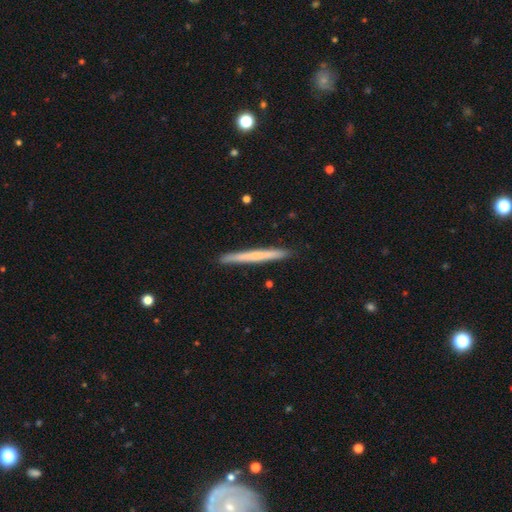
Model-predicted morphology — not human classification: smooth-or-featured: smooth: 54% | featured or disk: 40% | star or artifact: 6%
  how-rounded: cigar-shaped: 97% | in between: 2% | round: 1%
  merging: none: 92% | minor disturbance: 6% | major disturbance: 1% | merger: 1%